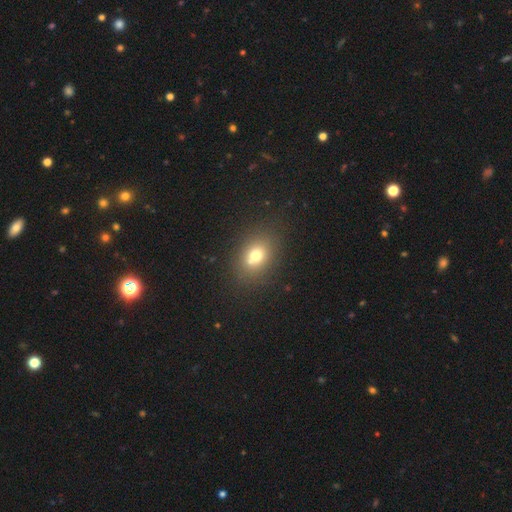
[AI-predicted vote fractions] smooth_or_featured: smooth (p=0.69) [alt: featured or disk p=0.16]
how_rounded: in between (p=0.56) [alt: round p=0.43]
merging: none (p=0.64) [alt: merger p=0.20]